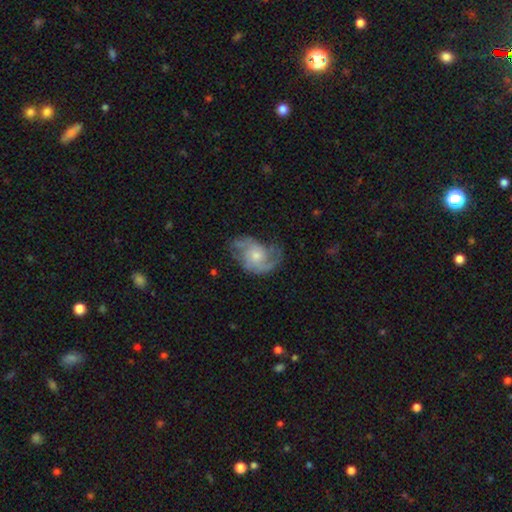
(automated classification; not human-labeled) The model was most divided on "bulge size": small: 50%, moderate: 41%, large: 4%, none: 4%, dominant: 1%. Remaining: edge-on disk — no (97%); spiral arms — yes (90%); bar — no (76%); smooth or featured — featured or disk (75%); spiral arm count — 2 (63%); merging — none (57%); spiral winding — medium (47%).